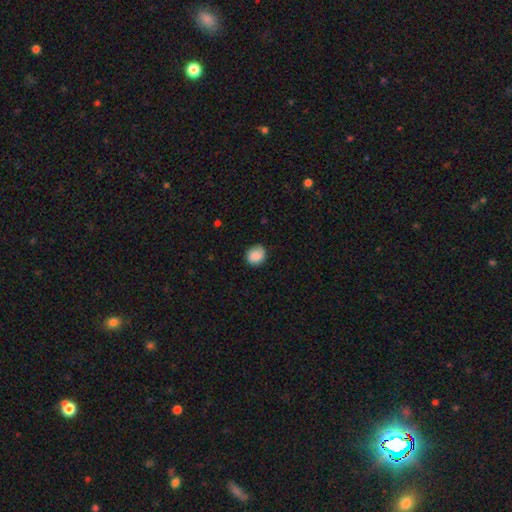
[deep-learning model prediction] Morphology: type=smooth (86%); roundness=round (73%); merging=none (81%).